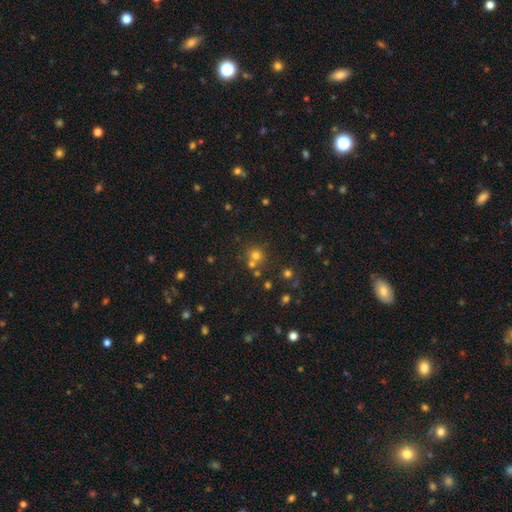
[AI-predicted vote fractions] This appears to be a smooth galaxy with no disk features (66%) that is round (88%). Merging: none (59%).